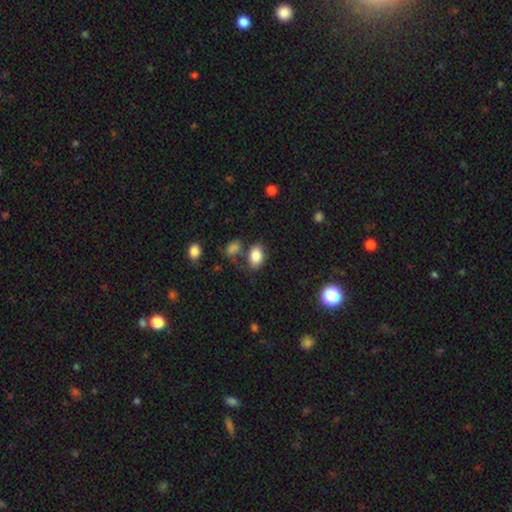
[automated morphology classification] Smooth or featured: smooth — 84% (star or artifact — 9%)
How rounded: in between — 84% (round — 15%)
Merging: none — 61% (minor disturbance — 16%)